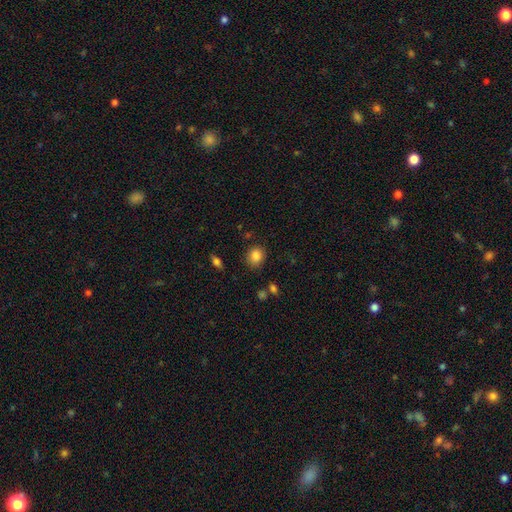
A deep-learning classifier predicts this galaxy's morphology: Overall: smooth (86%). How rounded: round (70%). Merging: none (82%).